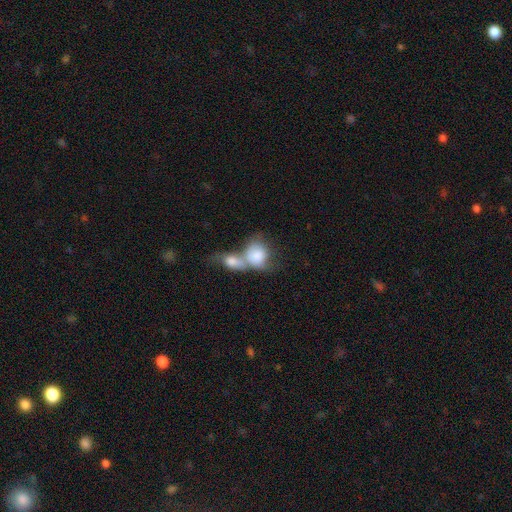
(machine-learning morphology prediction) This appears to be a smooth galaxy with no disk features (76%) that is round (50%). Merging: merger (75%).